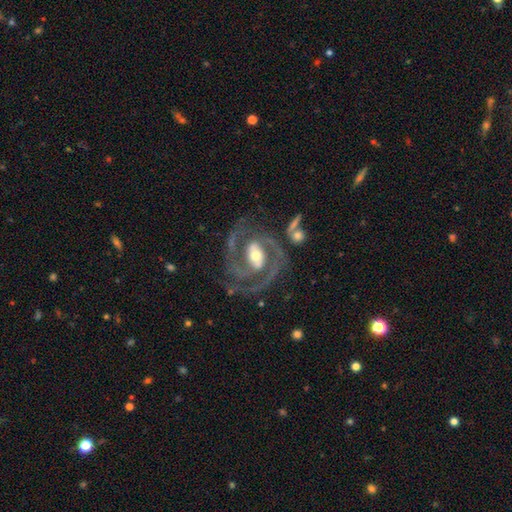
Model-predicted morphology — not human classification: type=featured or disk (92%); edge-on=no (98%); bar=weak (39%); spiral arms=yes (98%); winding=medium (51%); arm count=2 (78%); bulge=moderate (65%); merging=none (69%).